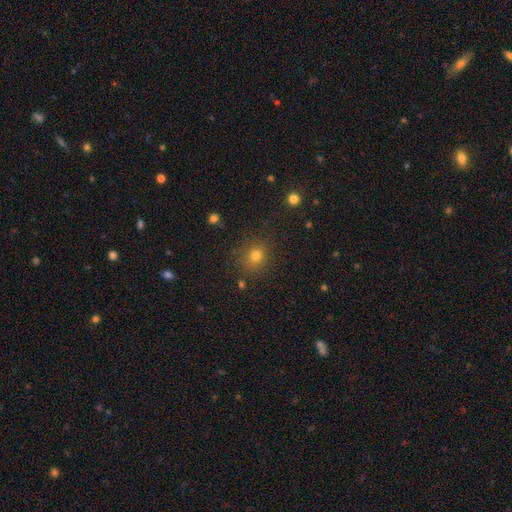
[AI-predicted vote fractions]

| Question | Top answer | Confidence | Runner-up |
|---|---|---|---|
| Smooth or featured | smooth | 75% | star or artifact (18%) |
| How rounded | round | 80% | in between (19%) |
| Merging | none | 85% | minor disturbance (10%) |